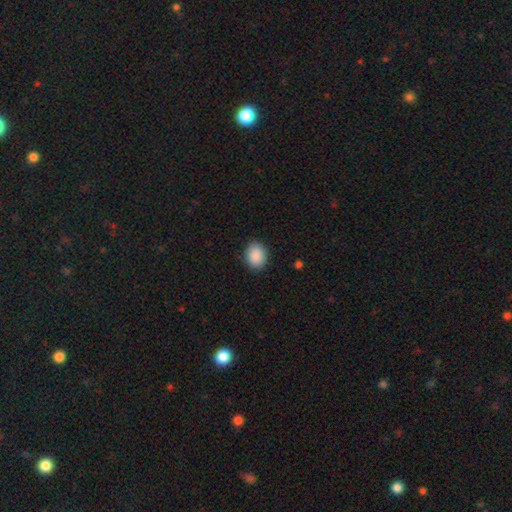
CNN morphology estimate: Q: Smooth or featured?
A: smooth (90%); runner-up: star or artifact (7%)
Q: How rounded?
A: in between (50%); runner-up: round (49%)
Q: Merging?
A: none (88%); runner-up: minor disturbance (8%)